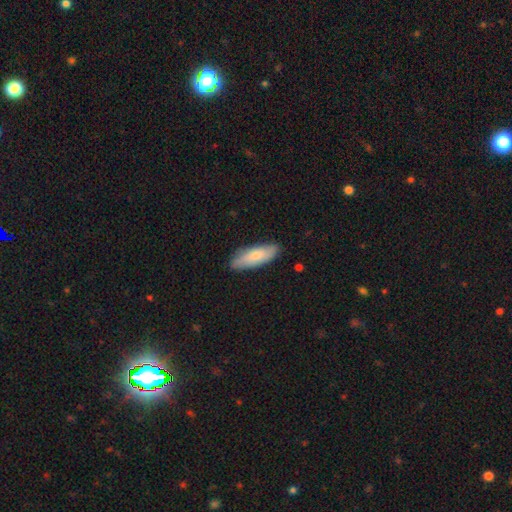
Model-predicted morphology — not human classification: A smooth galaxy with no disk features (77%) that is in between round and cigar-shaped (56%).

Vote fractions:
- Smooth or featured? smooth: 77% / featured or disk: 18% / star or artifact: 5%
- How rounded? in between: 56% / cigar-shaped: 42% / round: 2%
- Merging? none: 85% / minor disturbance: 12% / major disturbance: 2% / merger: 1%